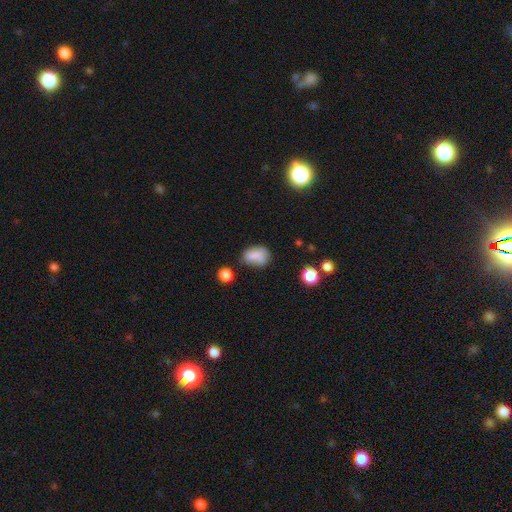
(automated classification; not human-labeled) Smooth or featured: smooth — 78% (featured or disk — 11%)
How rounded: in between — 78% (round — 20%)
Merging: none — 46% (minor disturbance — 30%)